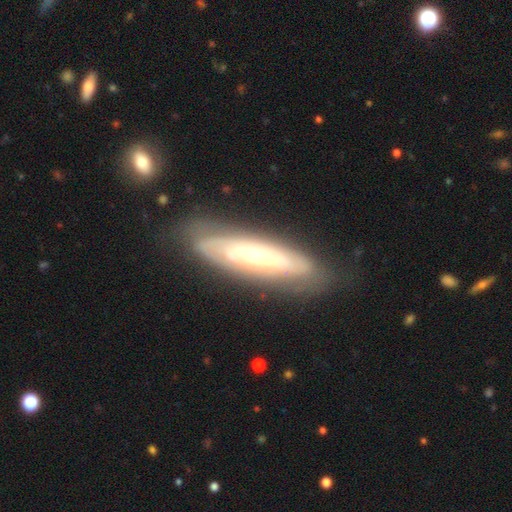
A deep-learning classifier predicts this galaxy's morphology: This appears to be a featured or disk galaxy (72%) with no bar (68%), spiral arms (79%) and a small central bulge (67%). Merging: none (78%).